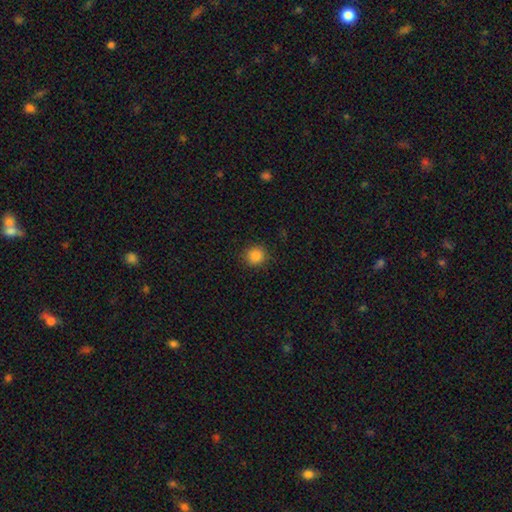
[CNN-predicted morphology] Smooth or featured: smooth — 85% (star or artifact — 11%)
How rounded: round — 90% (in between — 9%)
Merging: none — 89% (minor disturbance — 8%)